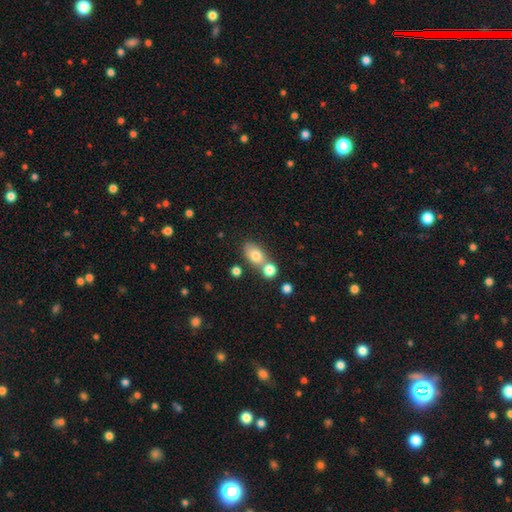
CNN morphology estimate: type=smooth (76%); roundness=in between (76%); merging=none (49%).